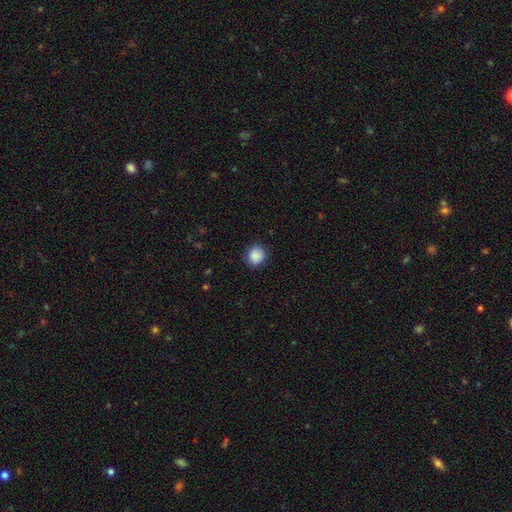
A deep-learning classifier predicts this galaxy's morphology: The model was most divided on "how rounded": round: 85%, in between: 14%, cigar-shaped: 1%. More confident: smooth or featured — smooth (89%); merging — none (86%).